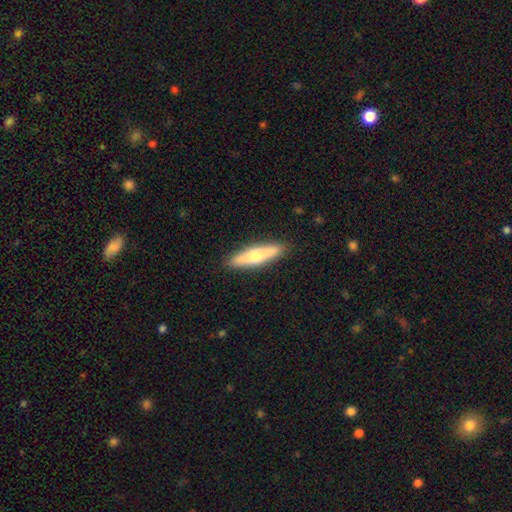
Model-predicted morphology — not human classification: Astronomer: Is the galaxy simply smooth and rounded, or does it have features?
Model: smooth — 51% (runner-up: featured or disk, 44%).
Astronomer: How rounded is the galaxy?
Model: cigar-shaped — 78%.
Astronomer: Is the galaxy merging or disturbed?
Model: none — 89%.